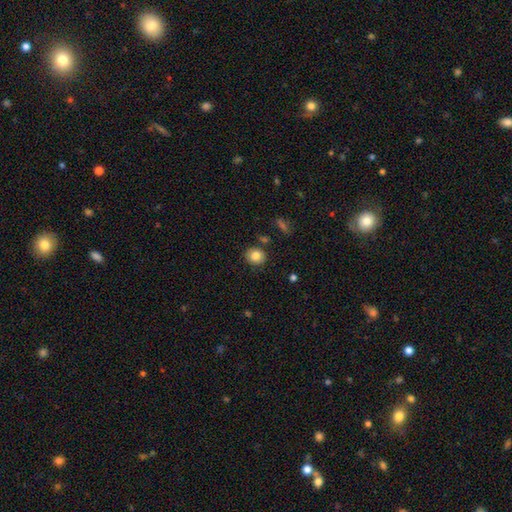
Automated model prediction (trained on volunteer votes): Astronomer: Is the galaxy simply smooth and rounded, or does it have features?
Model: smooth — 83%.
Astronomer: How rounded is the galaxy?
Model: round — 76%.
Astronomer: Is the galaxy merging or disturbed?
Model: none — 85%.